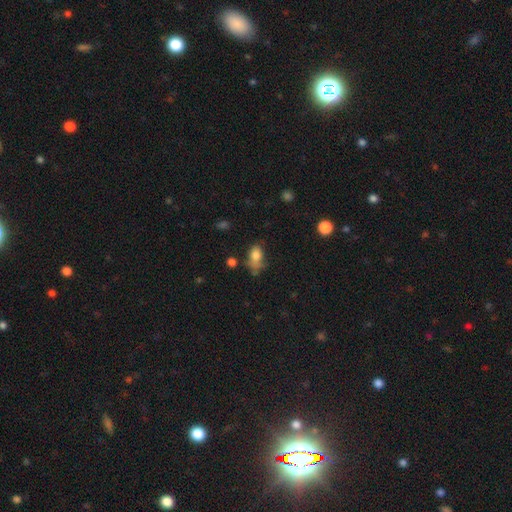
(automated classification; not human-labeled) A smooth galaxy with no disk features (77%) that is in between round and cigar-shaped (84%). Merging: none (36%).